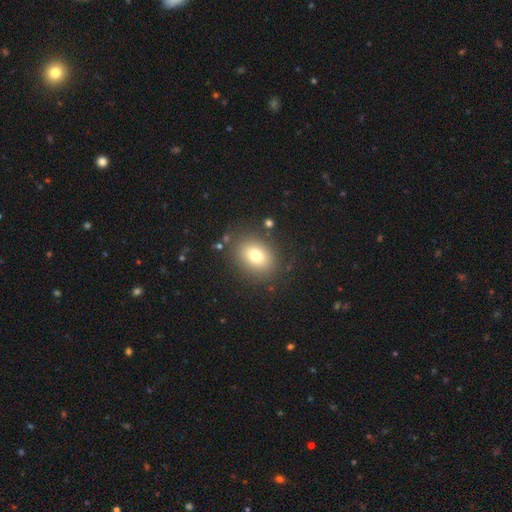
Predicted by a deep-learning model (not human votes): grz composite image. It shows a smooth galaxy with no disk features (76%) that is in between round and cigar-shaped (56%). Merging: none (83%).